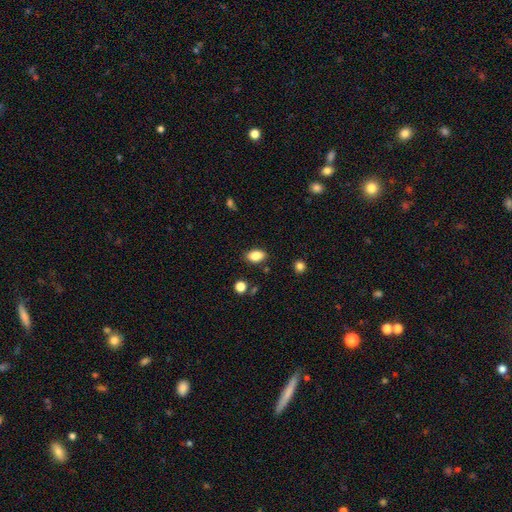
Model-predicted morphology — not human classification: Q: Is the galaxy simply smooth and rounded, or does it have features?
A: smooth — 86%.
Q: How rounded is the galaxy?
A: in between — 89%.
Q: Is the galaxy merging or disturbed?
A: none — 85%.